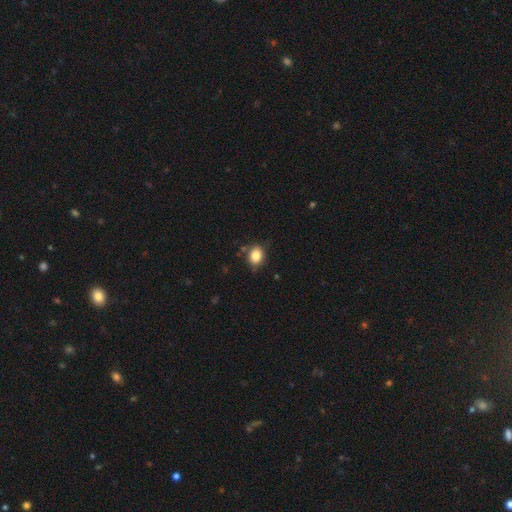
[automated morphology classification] smooth-or-featured: smooth: 84% | star or artifact: 9% | featured or disk: 7%
  how-rounded: in between: 54% | round: 45% | cigar-shaped: 1%
  merging: none: 77% | minor disturbance: 16% | major disturbance: 3% | merger: 3%